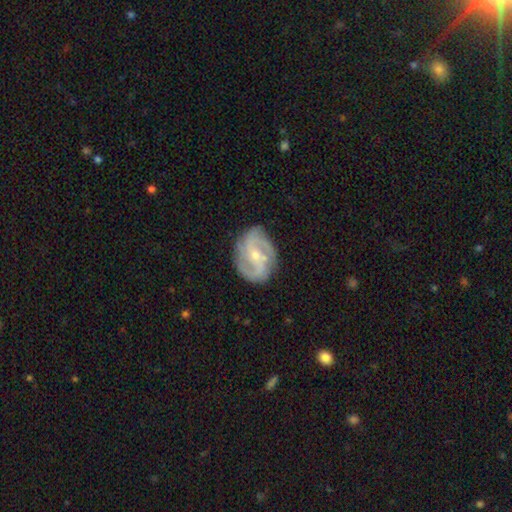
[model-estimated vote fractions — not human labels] Smooth or featured: featured or disk — 86% (smooth — 9%)
Edge-on disk: no — 97% (yes — 3%)
Bar: no — 42% (weak — 41%)
Spiral arms: yes — 96% (no — 4%)
Spiral winding: medium — 49% (tight — 34%)
Spiral arm count: 2 — 44% (3 — 31%)
Bulge size: small — 60% (moderate — 37%)
Merging: none — 78% (minor disturbance — 16%)